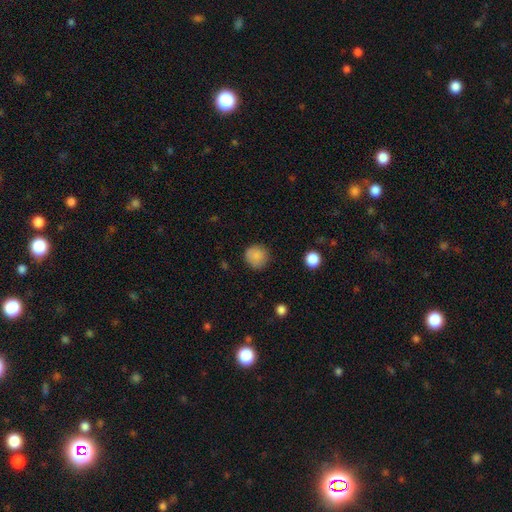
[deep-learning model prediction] Morphology: type=smooth (85%); roundness=round (93%); merging=none (84%).